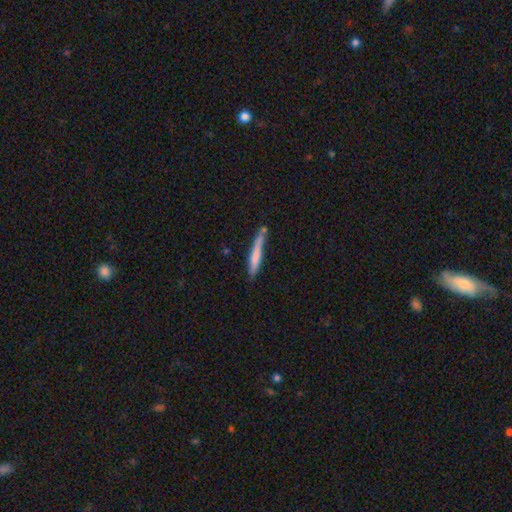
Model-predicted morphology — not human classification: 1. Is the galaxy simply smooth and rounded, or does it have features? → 67% smooth, 27% featured or disk, 6% star or artifact.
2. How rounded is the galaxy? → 94% cigar-shaped, 4% in between, 1% round.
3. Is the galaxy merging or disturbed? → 66% none, 20% minor disturbance, 10% merger, 4% major disturbance.